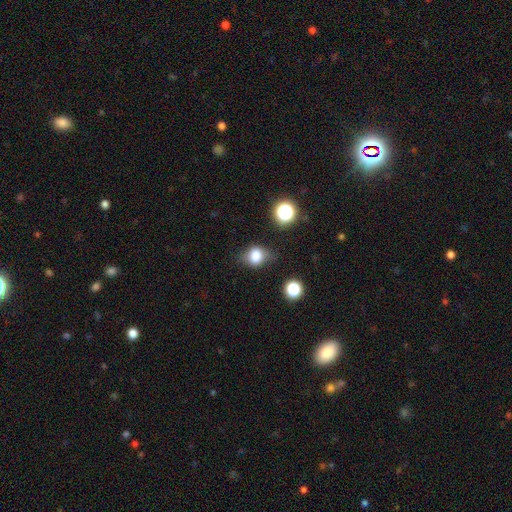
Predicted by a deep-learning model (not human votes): Morphology: type=smooth (76%); roundness=round (53%); merging=none (62%).